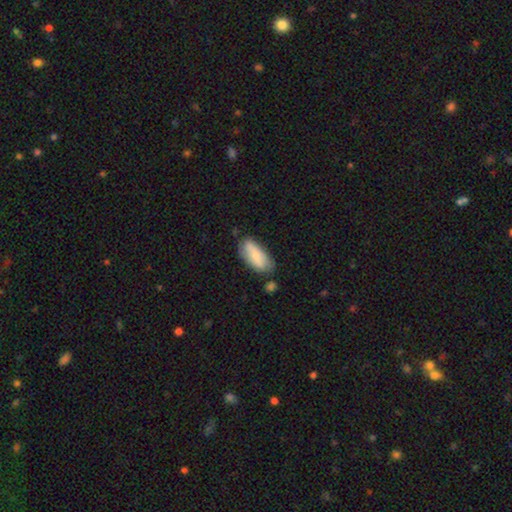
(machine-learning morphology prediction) smooth_or_featured: smooth (p=0.68) [alt: featured or disk p=0.26]
how_rounded: in between (p=0.84) [alt: cigar-shaped p=0.14]
merging: none (p=0.66) [alt: minor disturbance p=0.23]